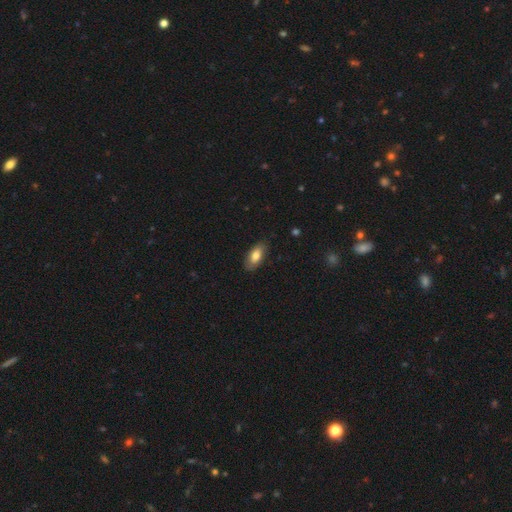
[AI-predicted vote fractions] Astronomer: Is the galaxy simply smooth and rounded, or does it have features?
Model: smooth — 77%.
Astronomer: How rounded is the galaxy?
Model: in between — 90%.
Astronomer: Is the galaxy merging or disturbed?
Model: none — 84%.